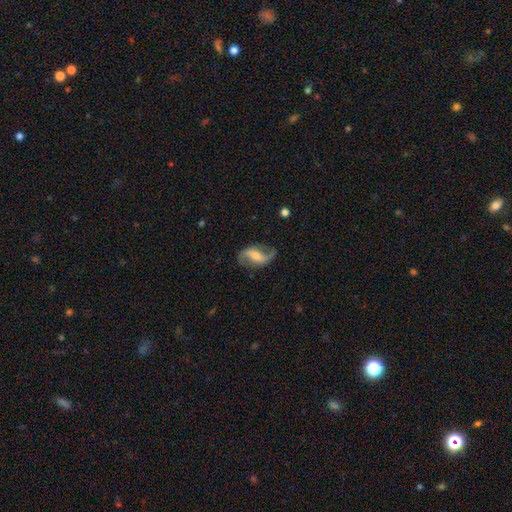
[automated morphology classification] smooth_or_featured: featured or disk (p=0.80) [alt: smooth p=0.14]
disk_edge_on: no (p=0.96) [alt: yes p=0.04]
bar: weak (p=0.42) [alt: strong p=0.33]
has_spiral_arms: yes (p=0.94) [alt: no p=0.06]
spiral_winding: loose (p=0.72) [alt: medium p=0.22]
spiral_arm_count: 2 (p=0.91) [alt: 1 p=0.04]
bulge_size: moderate (p=0.48) [alt: small p=0.36]
merging: none (p=0.76) [alt: minor disturbance p=0.15]